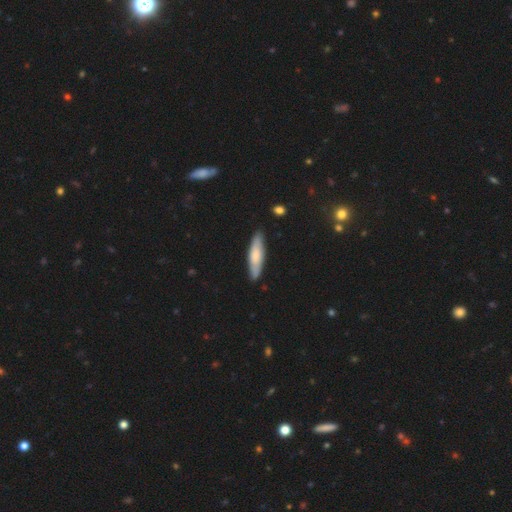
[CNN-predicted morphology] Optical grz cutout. It shows a smooth galaxy with no disk features (67%) that is cigar-shaped (72%). Merging: none (86%).